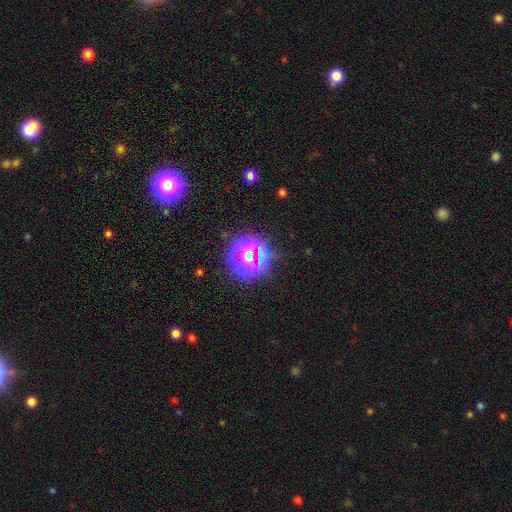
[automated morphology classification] Smooth or featured? Predicted: star or artifact (p=0.60).